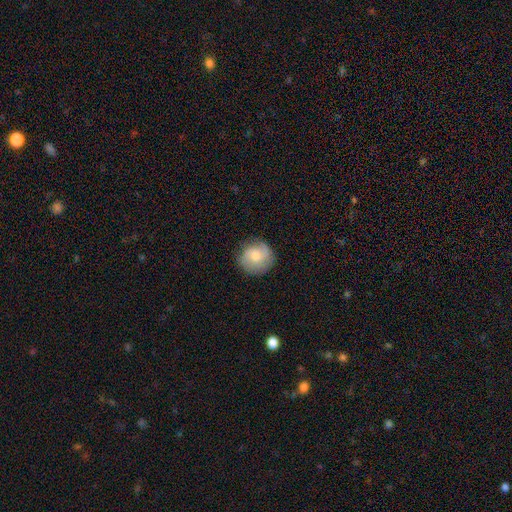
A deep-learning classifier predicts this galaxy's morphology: type=smooth (51%); roundness=round (89%); merging=none (80%).